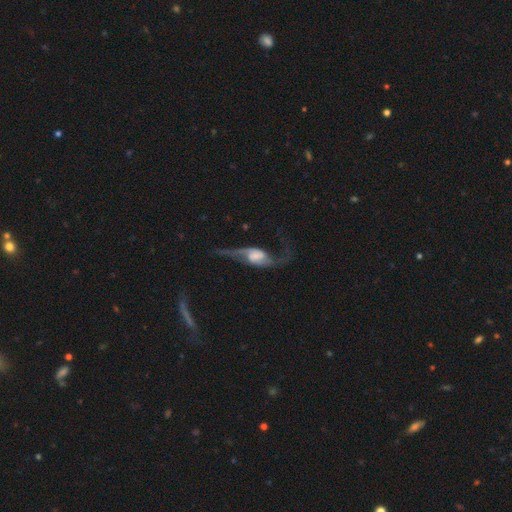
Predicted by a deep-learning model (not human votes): Smooth or featured: featured or disk — 84% (smooth — 10%)
Edge-on disk: no — 92% (yes — 8%)
Bar: no — 43% (weak — 40%)
Spiral arms: yes — 94% (no — 6%)
Spiral winding: loose — 83% (medium — 13%)
Spiral arm count: 2 — 92% (1 — 3%)
Bulge size: none — 28% (small — 26%)
Merging: none — 54% (major disturbance — 24%)